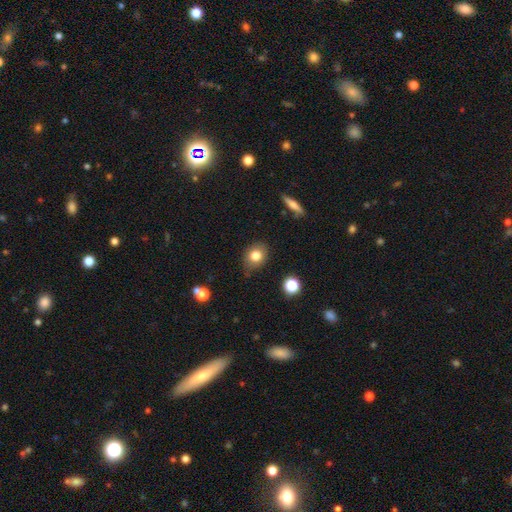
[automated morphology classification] smooth-or-featured: smooth: 80% | featured or disk: 10% | star or artifact: 10%
  how-rounded: round: 56% | in between: 42% | cigar-shaped: 1%
  merging: none: 79% | minor disturbance: 16% | major disturbance: 3% | merger: 2%